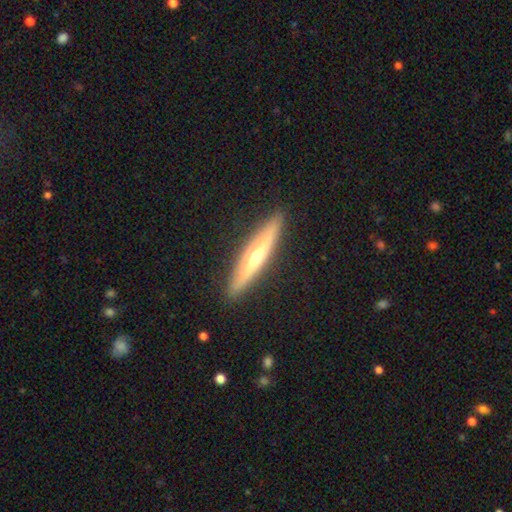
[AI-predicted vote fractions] Smooth or featured?
  - featured or disk: 61% *
  - smooth: 32%
  - star or artifact: 6%
Edge-on disk?
  - yes: 93% *
  - no: 7%
Edge-on bulge?
  - rounded: 85% *
  - none: 12%
  - boxy: 3%
Merging?
  - none: 91% *
  - minor disturbance: 7%
  - major disturbance: 1%
  - merger: 1%